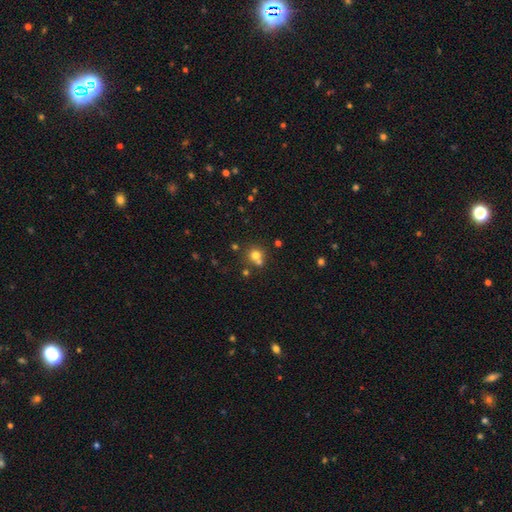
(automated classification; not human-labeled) smooth-or-featured: smooth: 72% | star or artifact: 17% | featured or disk: 11%
  how-rounded: round: 86% | in between: 13% | cigar-shaped: 1%
  merging: none: 54% | merger: 34% | minor disturbance: 8% | major disturbance: 3%